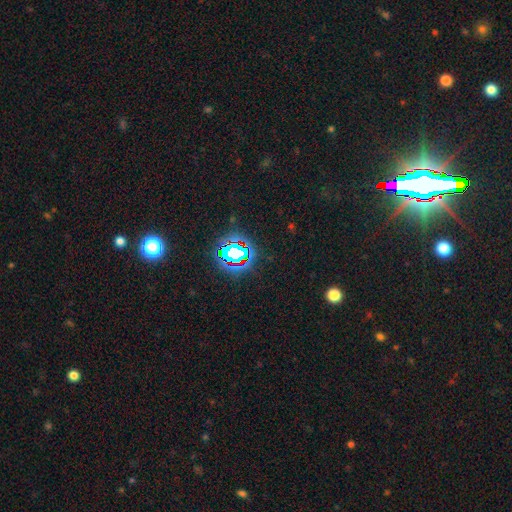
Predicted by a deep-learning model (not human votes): This is clearly a star or artifact rather than a galaxy (82%).